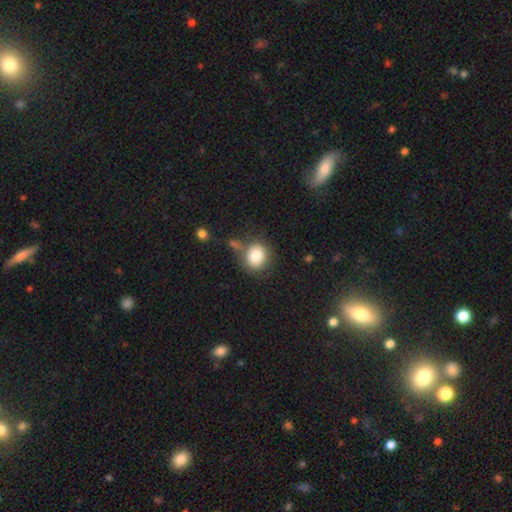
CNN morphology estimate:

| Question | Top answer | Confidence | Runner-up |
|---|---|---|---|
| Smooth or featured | smooth | 81% | featured or disk (10%) |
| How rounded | round | 79% | in between (20%) |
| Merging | none | 65% | minor disturbance (16%) |